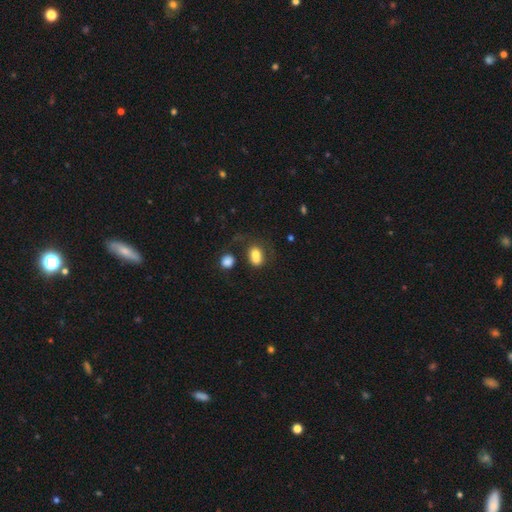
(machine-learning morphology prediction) smooth-or-featured: smooth: 74% | featured or disk: 15% | star or artifact: 11%
  how-rounded: in between: 63% | round: 35% | cigar-shaped: 2%
  merging: merger: 47% | none: 29% | minor disturbance: 13% | major disturbance: 11%